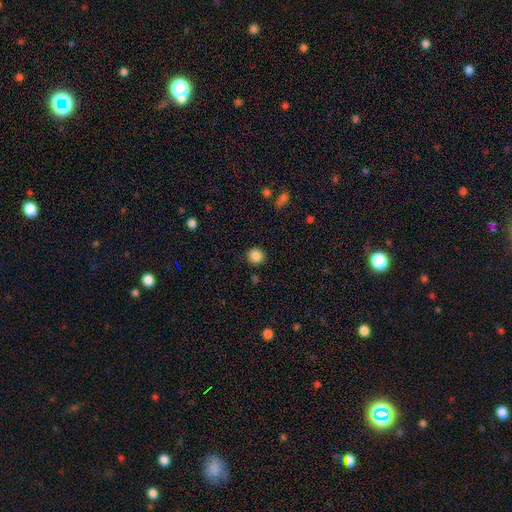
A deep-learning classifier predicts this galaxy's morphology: This appears to be a smooth galaxy with no disk features (86%) that is round (88%). Merging: none (90%).